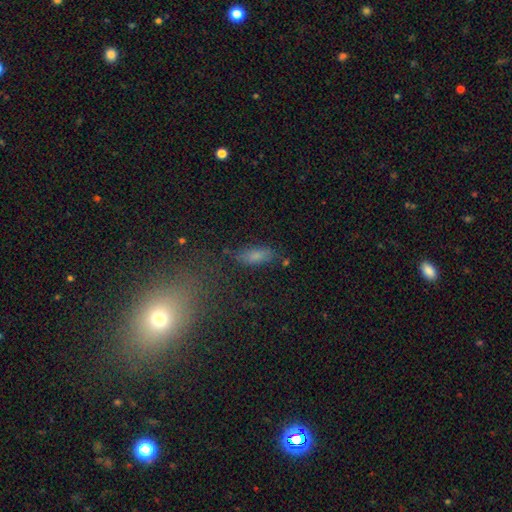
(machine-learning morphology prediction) type=smooth (70%); roundness=in between (68%); merging=none (74%).